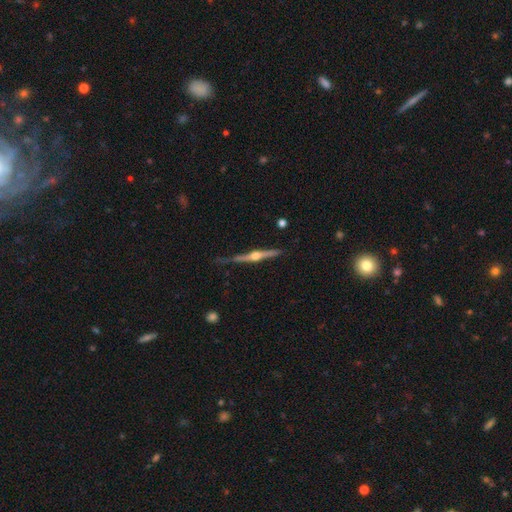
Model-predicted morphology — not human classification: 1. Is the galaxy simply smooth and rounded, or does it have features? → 80% featured or disk, 15% smooth, 5% star or artifact.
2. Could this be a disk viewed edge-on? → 98% yes, 2% no.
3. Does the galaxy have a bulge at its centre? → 95% rounded, 3% none, 2% boxy.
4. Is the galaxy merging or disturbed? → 73% none, 20% minor disturbance, 4% major disturbance, 2% merger.